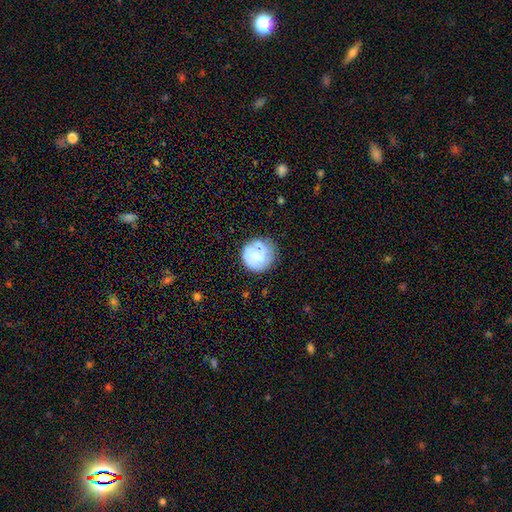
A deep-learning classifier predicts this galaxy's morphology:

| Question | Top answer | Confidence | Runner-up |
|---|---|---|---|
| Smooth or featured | smooth | 51% | featured or disk (41%) |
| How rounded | round | 89% | in between (10%) |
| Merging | none | 67% | minor disturbance (19%) |